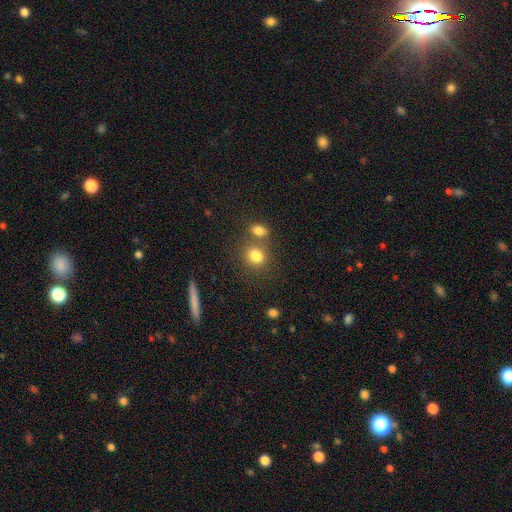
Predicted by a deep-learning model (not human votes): Overall: smooth (81%). How rounded: in between (54%; round 44%). Merging: none (56%; merger 27%).